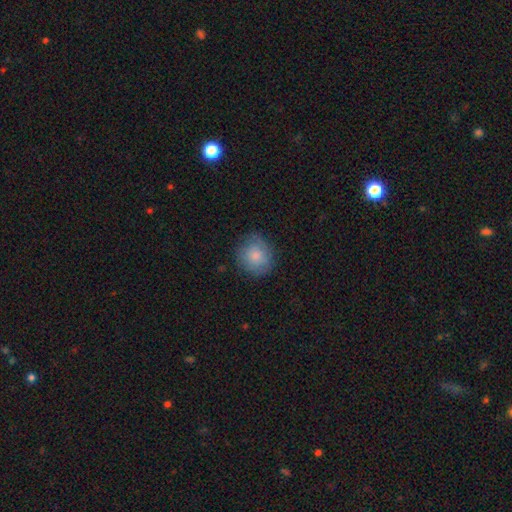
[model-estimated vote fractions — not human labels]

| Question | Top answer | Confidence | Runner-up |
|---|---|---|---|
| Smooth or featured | smooth | 80% | featured or disk (13%) |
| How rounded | round | 85% | in between (14%) |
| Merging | none | 76% | minor disturbance (18%) |